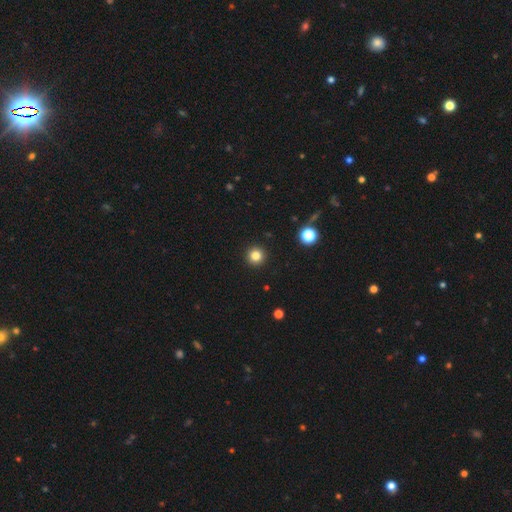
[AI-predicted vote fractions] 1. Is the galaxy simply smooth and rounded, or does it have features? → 83% smooth, 12% star or artifact, 5% featured or disk.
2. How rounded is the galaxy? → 96% round, 3% in between, 1% cigar-shaped.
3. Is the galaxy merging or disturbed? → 93% none, 4% minor disturbance, 2% major disturbance, 1% merger.